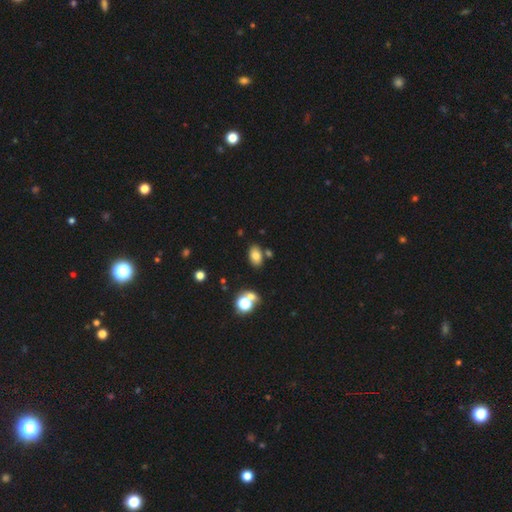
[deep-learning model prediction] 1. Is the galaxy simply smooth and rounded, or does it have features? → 76% smooth, 13% star or artifact, 11% featured or disk.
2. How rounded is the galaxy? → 87% in between, 12% round, 2% cigar-shaped.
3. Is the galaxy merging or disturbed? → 77% none, 11% minor disturbance, 9% merger, 3% major disturbance.